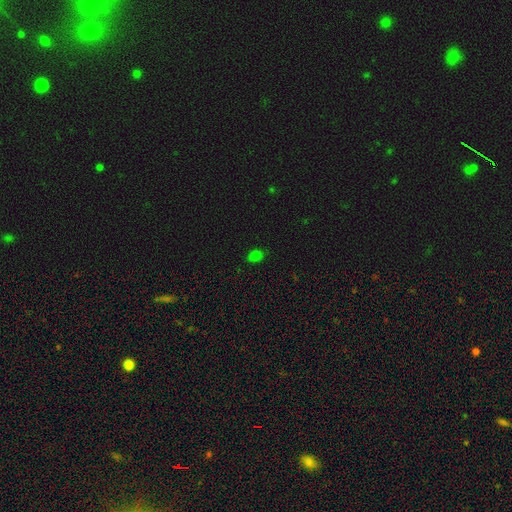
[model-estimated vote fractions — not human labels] A smooth galaxy with no disk features (75%) that is in between round and cigar-shaped (66%). Merging: none (84%).